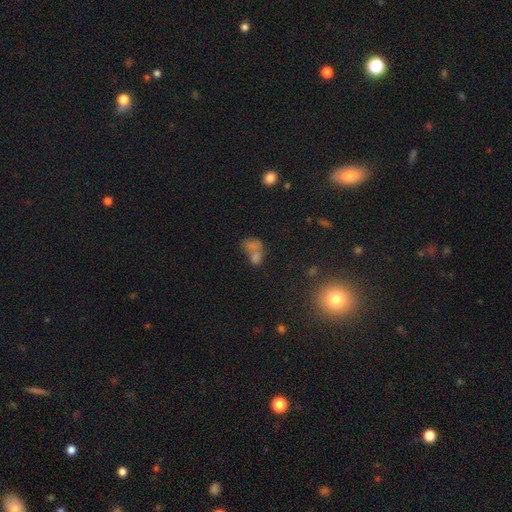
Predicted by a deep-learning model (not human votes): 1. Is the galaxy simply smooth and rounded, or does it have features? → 57% smooth, 26% star or artifact, 18% featured or disk.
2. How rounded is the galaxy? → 52% in between, 45% round, 3% cigar-shaped.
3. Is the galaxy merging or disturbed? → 46% merger, 33% none, 11% minor disturbance, 10% major disturbance.